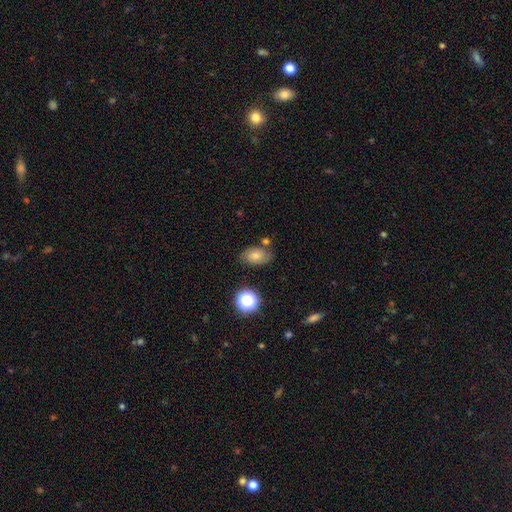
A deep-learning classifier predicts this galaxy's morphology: A smooth galaxy with no disk features (72%) that is in between round and cigar-shaped (83%). Merging: none (69%).